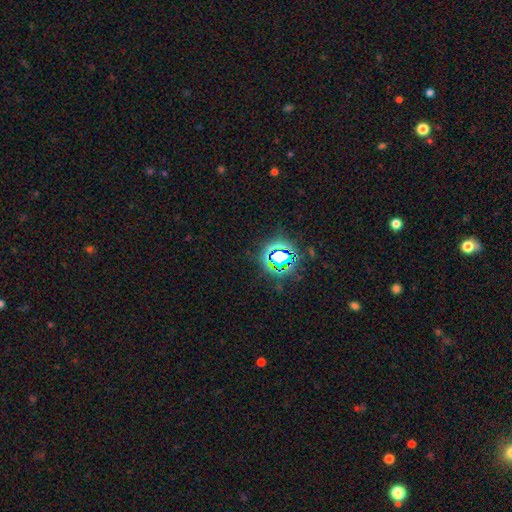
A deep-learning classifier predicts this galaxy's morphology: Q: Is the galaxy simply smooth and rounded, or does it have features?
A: star or artifact — 78%.